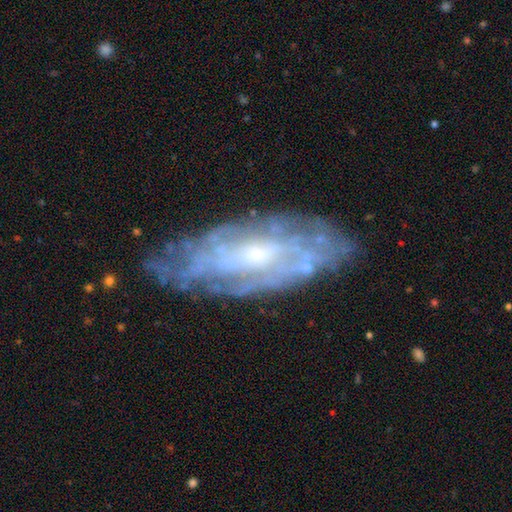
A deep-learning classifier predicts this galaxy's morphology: The model was most divided on "bulge size": small: 56%, moderate: 35%, none: 5%, large: 3%, dominant: 1%. More confident: edge-on disk — no (85%); smooth or featured — featured or disk (78%); merging — none (73%); spiral arms — yes (72%); bar — no (63%).